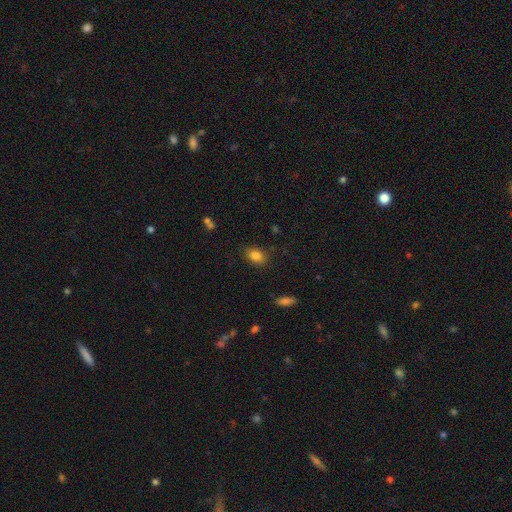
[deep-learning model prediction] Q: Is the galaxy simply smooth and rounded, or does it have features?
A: smooth — 84%.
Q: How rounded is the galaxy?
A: in between — 78%.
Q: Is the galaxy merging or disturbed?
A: none — 83%.